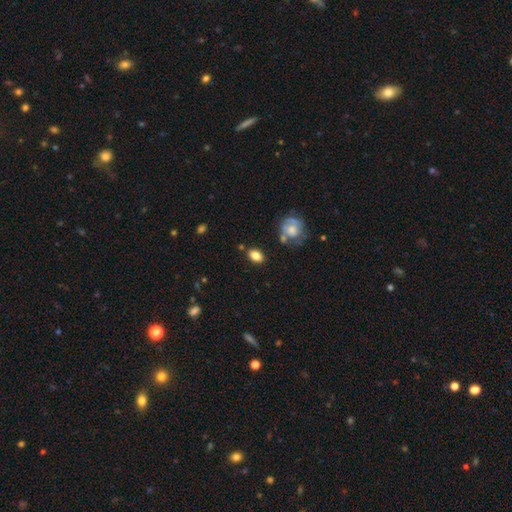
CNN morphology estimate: This appears to be a smooth galaxy with no disk features (83%) that is in between round and cigar-shaped (82%). Merging: none (79%).